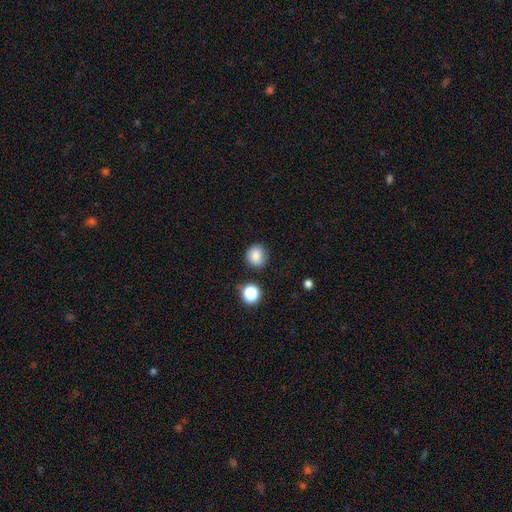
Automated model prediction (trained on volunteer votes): A smooth galaxy with no disk features (83%) that is round (84%). Merging: none (82%).